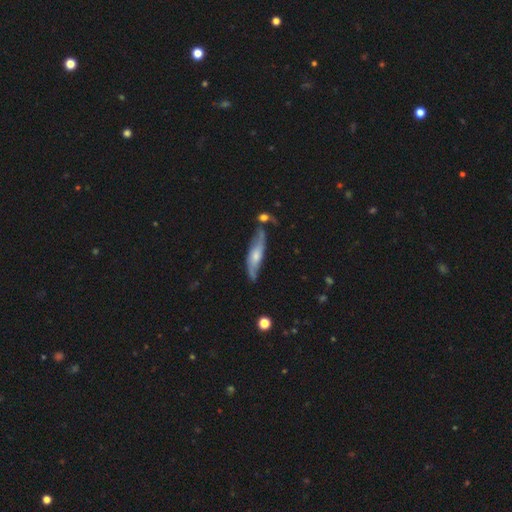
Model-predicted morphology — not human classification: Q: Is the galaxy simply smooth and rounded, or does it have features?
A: featured or disk — 60%.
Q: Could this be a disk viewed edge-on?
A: no — 57%.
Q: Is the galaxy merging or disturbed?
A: none — 61%.